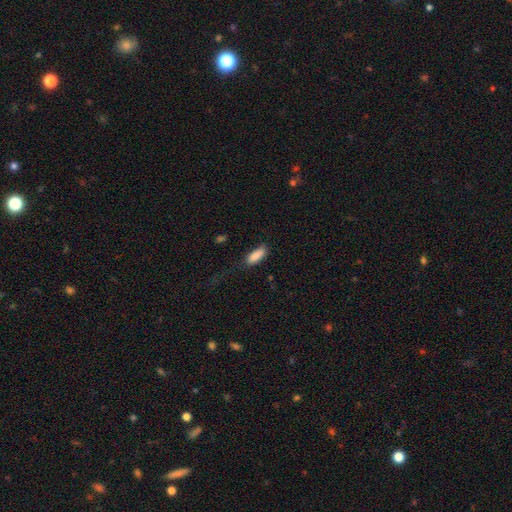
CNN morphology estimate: Overall: smooth (88%). How rounded: in between (73%). Merging: none (65%).